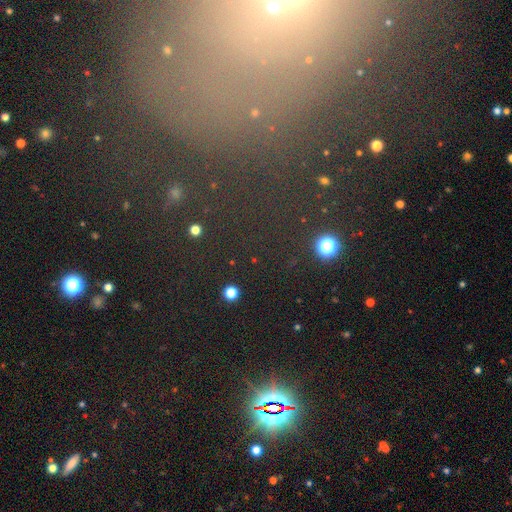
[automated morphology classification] Q: Smooth or featured?
A: star or artifact (64%); runner-up: smooth (22%)